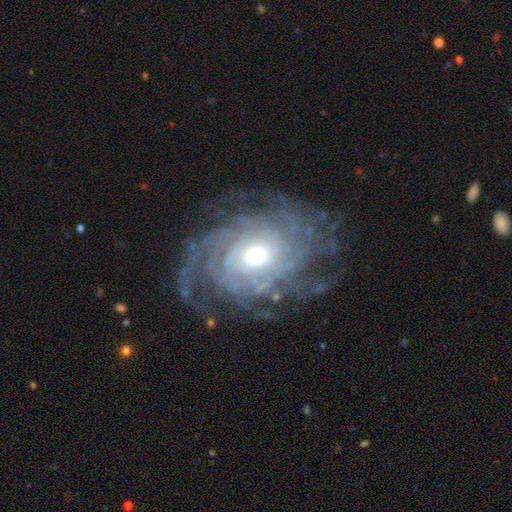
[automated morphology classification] featured or disk 88%, star or artifact 6%, smooth 6%. Down the decision tree: edge-on disk — no (97%); bar — no (74%); spiral arms — yes (96%); spiral arm count — can't tell (31%); spiral winding — tight (72%); bulge size — moderate (49%); merging — none (69%).